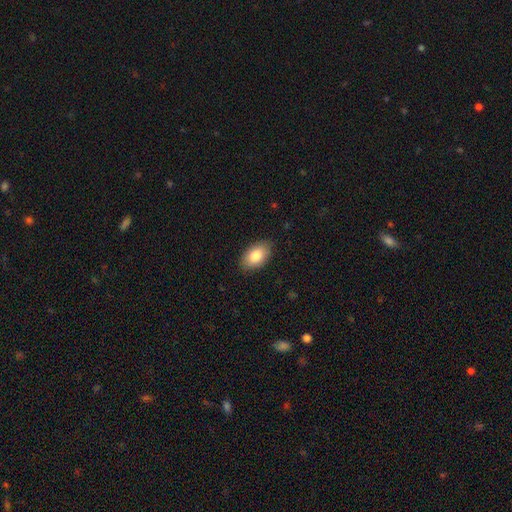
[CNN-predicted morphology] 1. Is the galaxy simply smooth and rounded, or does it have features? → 83% smooth, 10% featured or disk, 7% star or artifact.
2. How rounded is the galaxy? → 93% in between, 6% round, 1% cigar-shaped.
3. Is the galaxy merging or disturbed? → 87% none, 10% minor disturbance, 2% major disturbance, 1% merger.